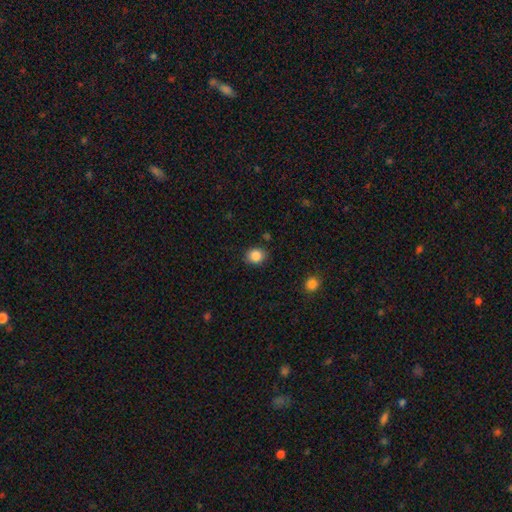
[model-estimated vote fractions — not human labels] smooth_or_featured: smooth (p=0.86) [alt: star or artifact p=0.10]
how_rounded: round (p=0.69) [alt: in between p=0.30]
merging: none (p=0.84) [alt: minor disturbance p=0.11]